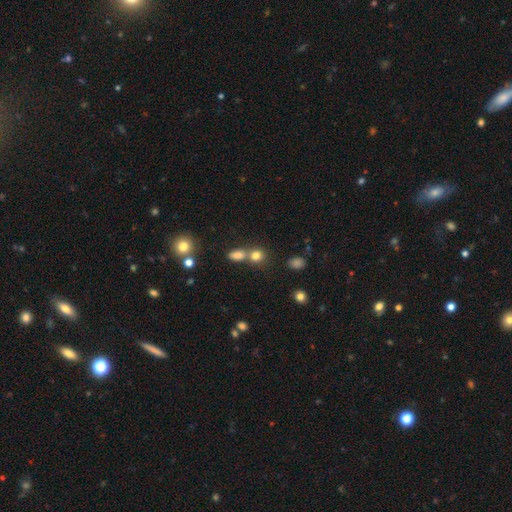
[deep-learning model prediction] This appears to be a smooth galaxy with no disk features (78%) that is round (66%). Merging: none (48%).